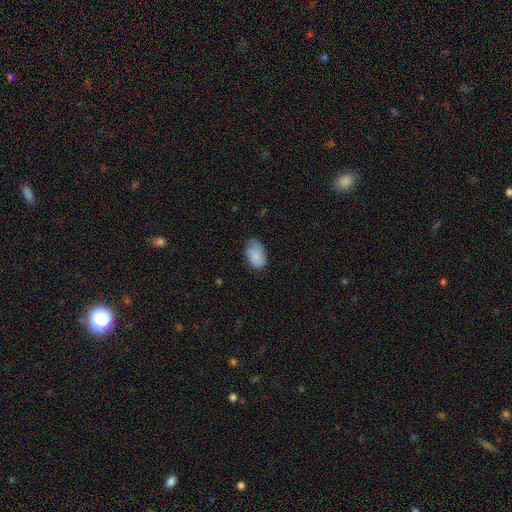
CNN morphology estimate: The model was most divided on "merging": none: 64%, minor disturbance: 29%, major disturbance: 5%, merger: 1%. More confident: how rounded — in between (91%); smooth or featured — smooth (86%).